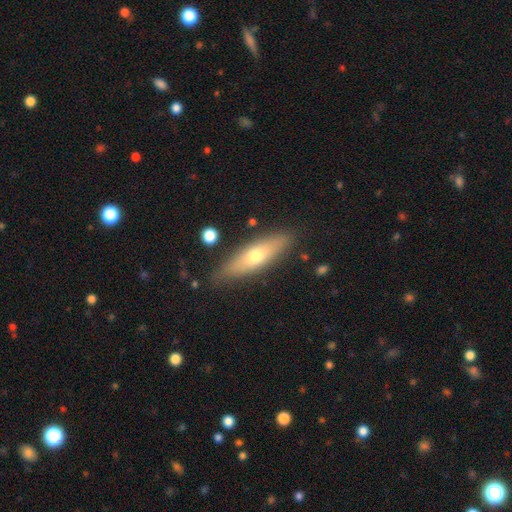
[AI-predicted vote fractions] Overall: smooth (56%; featured or disk 38%). How rounded: cigar-shaped (59%; in between 39%). Merging: none (83%).